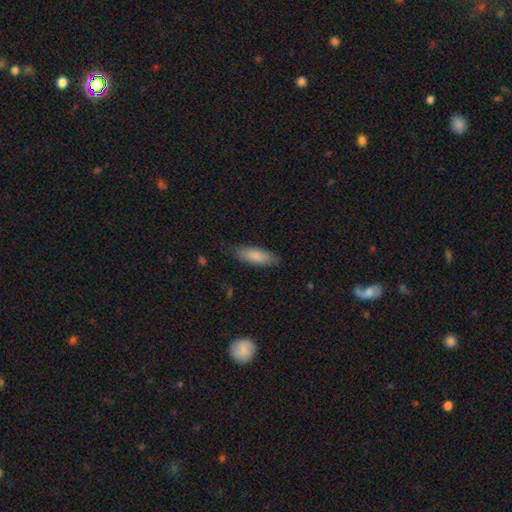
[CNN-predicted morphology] smooth 84%, featured or disk 10%, star or artifact 6%. Down the decision tree: how rounded — in between (54%); merging — none (83%).